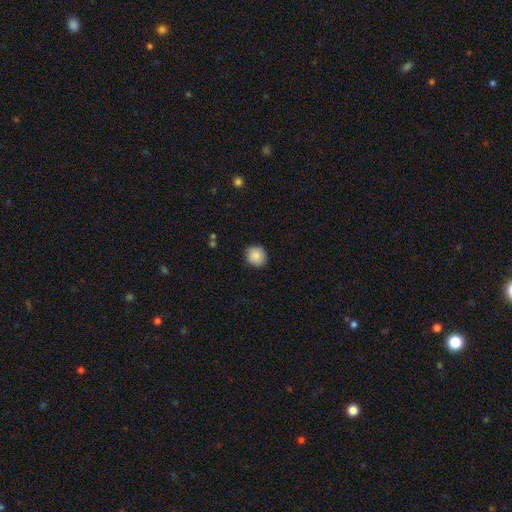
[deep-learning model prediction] This is clearly a smooth galaxy (88%). How rounded: clearly round (88%). Merging: clearly none (90%).